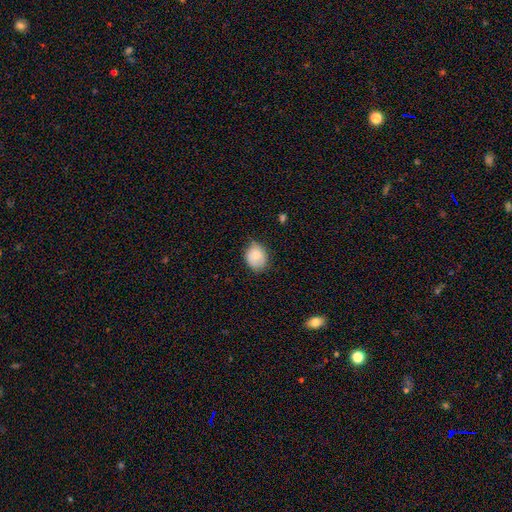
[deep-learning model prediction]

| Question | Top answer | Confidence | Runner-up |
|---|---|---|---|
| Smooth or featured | smooth | 78% | featured or disk (14%) |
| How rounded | round | 60% | in between (39%) |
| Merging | none | 69% | minor disturbance (25%) |